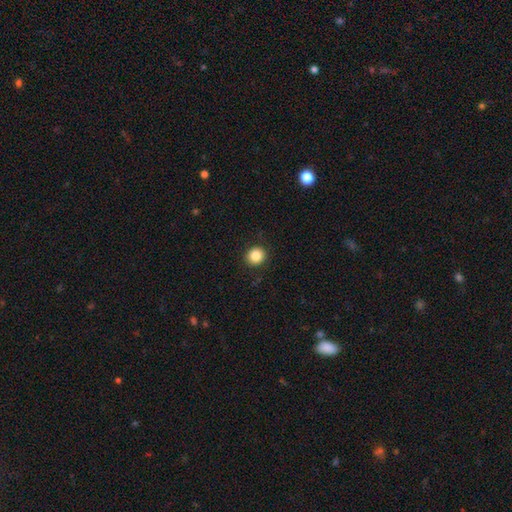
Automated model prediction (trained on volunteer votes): Overall: smooth (85%). How rounded: round (89%). Merging: none (90%).